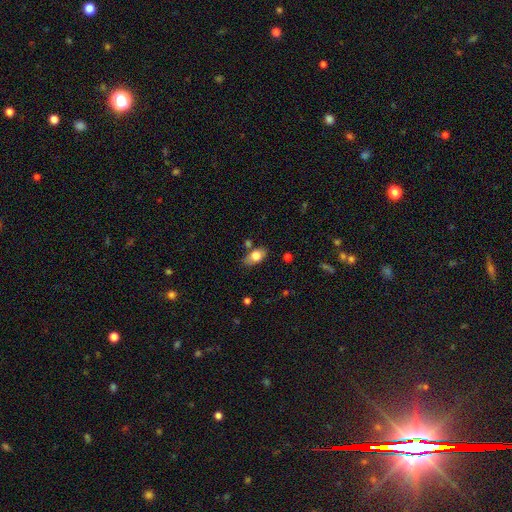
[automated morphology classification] Overall: smooth (76%). How rounded: in between (87%). Merging: none (75%).